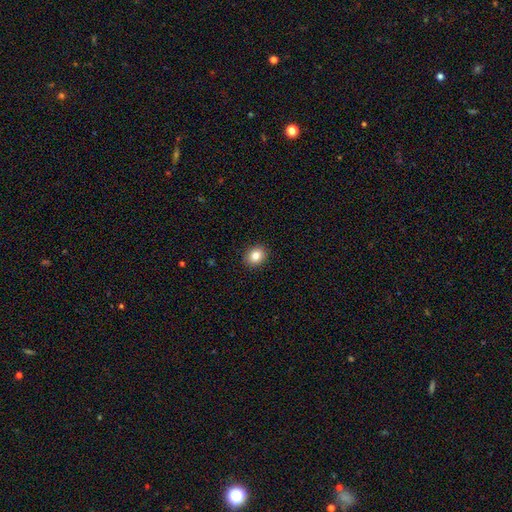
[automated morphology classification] Smooth or featured?
  - smooth: 84% *
  - star or artifact: 10%
  - featured or disk: 7%
How rounded?
  - round: 57% *
  - in between: 42%
  - cigar-shaped: 1%
Merging?
  - none: 91% *
  - minor disturbance: 6%
  - major disturbance: 2%
  - merger: 1%